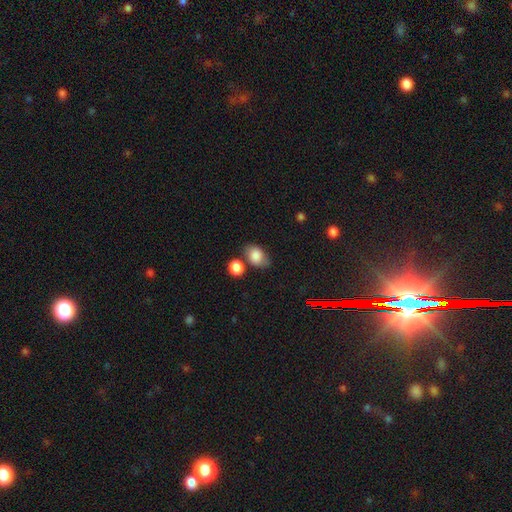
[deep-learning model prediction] Smooth or featured?
  - smooth: 81% *
  - featured or disk: 10%
  - star or artifact: 8%
How rounded?
  - in between: 76% *
  - round: 23%
  - cigar-shaped: 1%
Merging?
  - none: 59% *
  - minor disturbance: 20%
  - merger: 15%
  - major disturbance: 6%